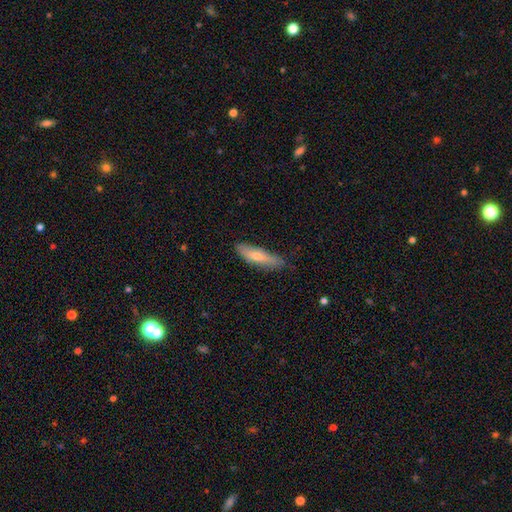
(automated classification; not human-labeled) Smooth or featured: smooth — 56% (featured or disk — 34%)
How rounded: cigar-shaped — 73% (in between — 25%)
Merging: none — 75% (minor disturbance — 20%)